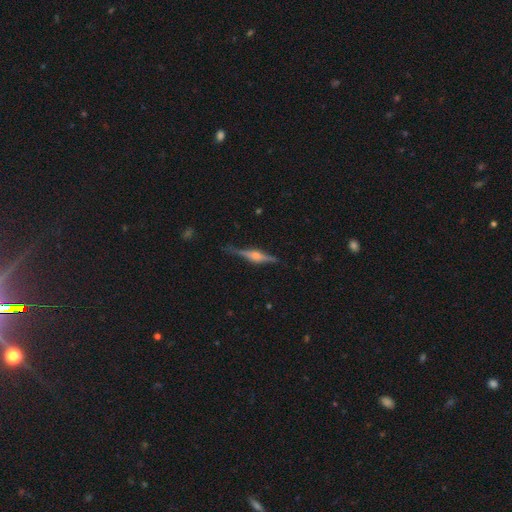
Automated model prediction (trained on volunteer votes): Q: Smooth or featured?
A: featured or disk (78%); runner-up: smooth (15%)
Q: Edge-on disk?
A: yes (98%); runner-up: no (2%)
Q: Edge-on bulge?
A: rounded (82%); runner-up: boxy (15%)
Q: Merging?
A: none (84%); runner-up: minor disturbance (12%)